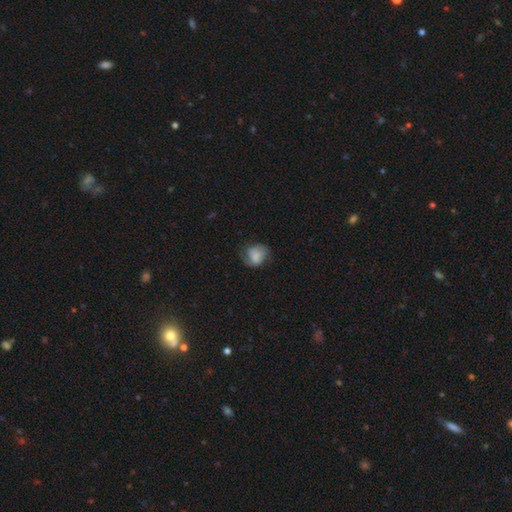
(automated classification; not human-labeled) Morphology: type=smooth (61%); roundness=round (54%); merging=none (54%).